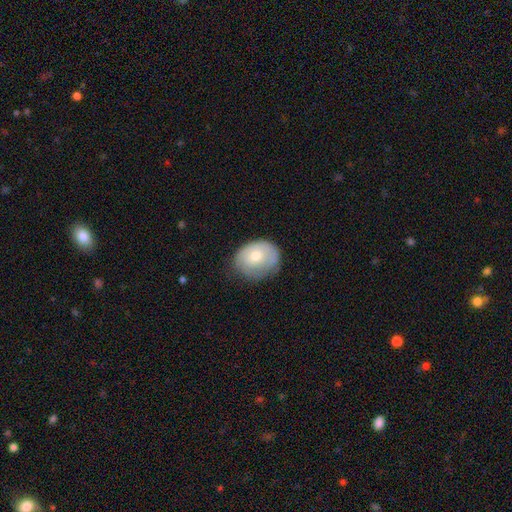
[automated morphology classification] Smooth or featured?
  - smooth: 63% *
  - featured or disk: 30%
  - star or artifact: 7%
How rounded?
  - in between: 51% *
  - round: 48%
  - cigar-shaped: 1%
Merging?
  - none: 60% *
  - minor disturbance: 29%
  - major disturbance: 9%
  - merger: 1%